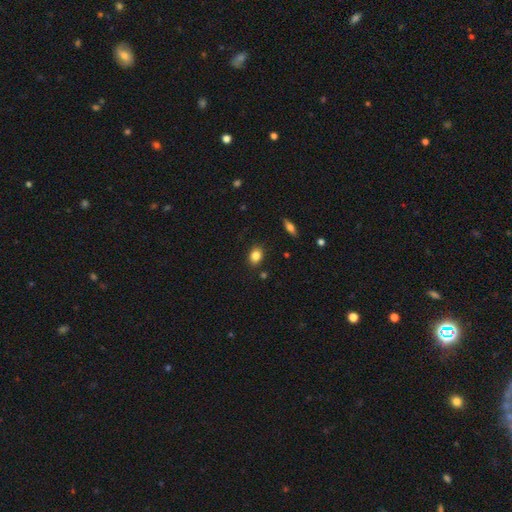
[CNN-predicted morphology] smooth 84%, star or artifact 9%, featured or disk 7%. Down the decision tree: how rounded — in between (66%); merging — none (86%).